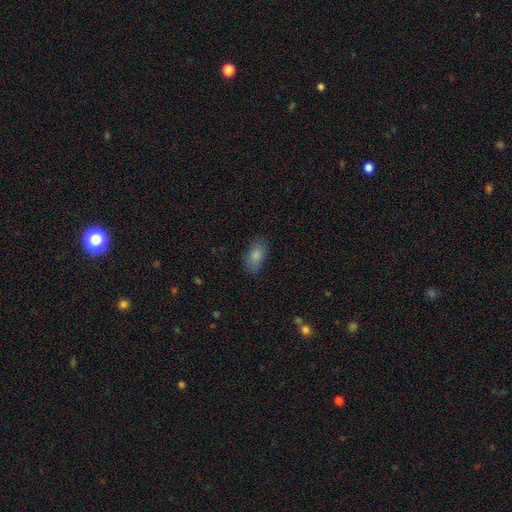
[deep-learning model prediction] smooth 85%, star or artifact 7%, featured or disk 7%. Down the decision tree: how rounded — in between (91%); merging — none (80%).